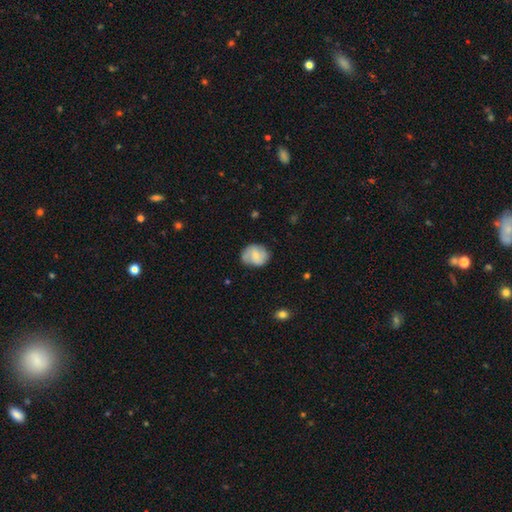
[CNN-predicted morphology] Overall: smooth (58%; featured or disk 35%). How rounded: round (68%; in between 31%). Merging: none (62%; minor disturbance 27%).